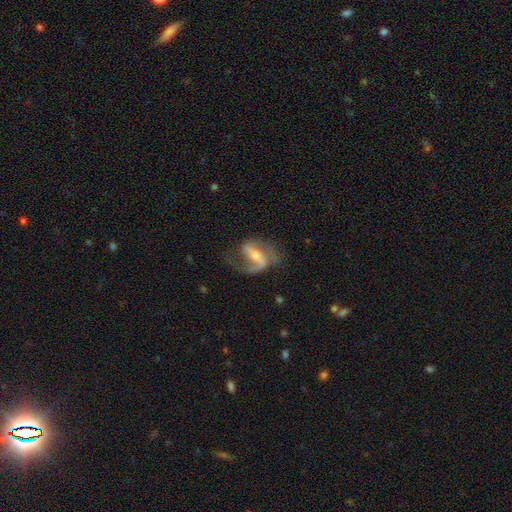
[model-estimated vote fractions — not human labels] smooth_or_featured: featured or disk (p=0.84) [alt: smooth p=0.11]
disk_edge_on: no (p=0.96) [alt: yes p=0.04]
bar: strong (p=0.48) [alt: weak p=0.35]
has_spiral_arms: yes (p=0.94) [alt: no p=0.06]
spiral_winding: loose (p=0.48) [alt: medium p=0.40]
spiral_arm_count: 2 (p=0.74) [alt: 1 p=0.19]
bulge_size: moderate (p=0.47) [alt: small p=0.46]
merging: none (p=0.55) [alt: major disturbance p=0.22]